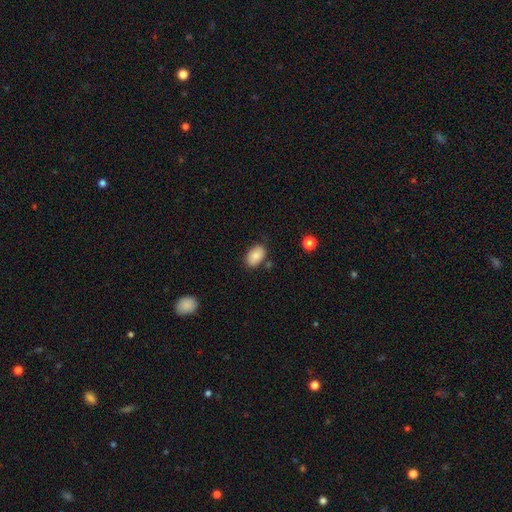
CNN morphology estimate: type=smooth (87%); roundness=in between (90%); merging=none (79%).